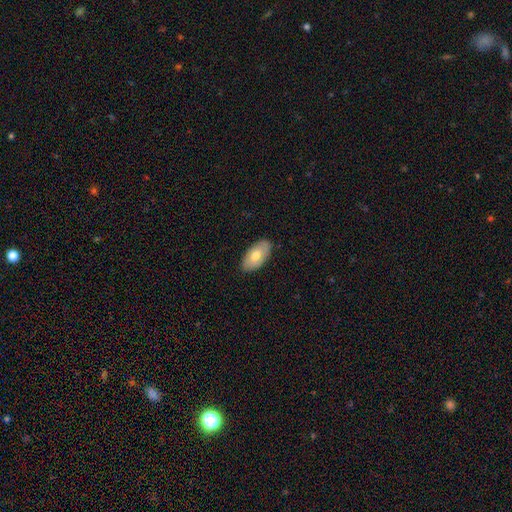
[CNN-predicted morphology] Q: Smooth or featured?
A: smooth (67%); runner-up: featured or disk (27%)
Q: How rounded?
A: in between (94%); runner-up: round (4%)
Q: Merging?
A: none (84%); runner-up: minor disturbance (13%)